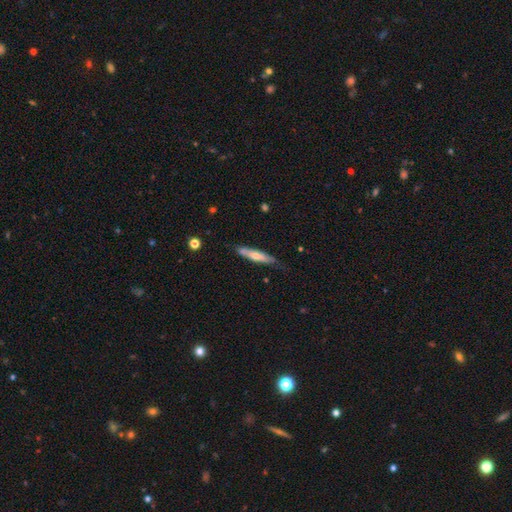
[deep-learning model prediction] Overall: smooth (52%; featured or disk 42%). How rounded: cigar-shaped (84%). Merging: none (71%).